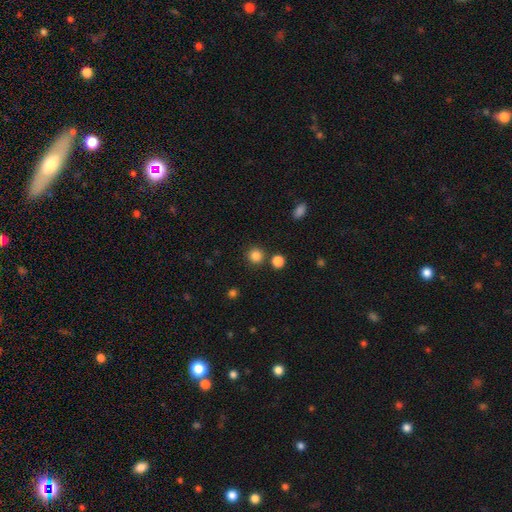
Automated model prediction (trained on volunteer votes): Q: Smooth or featured?
A: smooth (84%); runner-up: star or artifact (12%)
Q: How rounded?
A: round (92%); runner-up: in between (7%)
Q: Merging?
A: none (83%); runner-up: merger (8%)